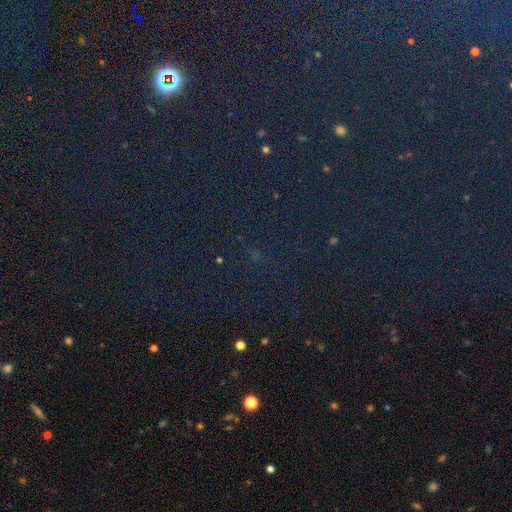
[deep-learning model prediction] Morphology: type=star or artifact (83%).